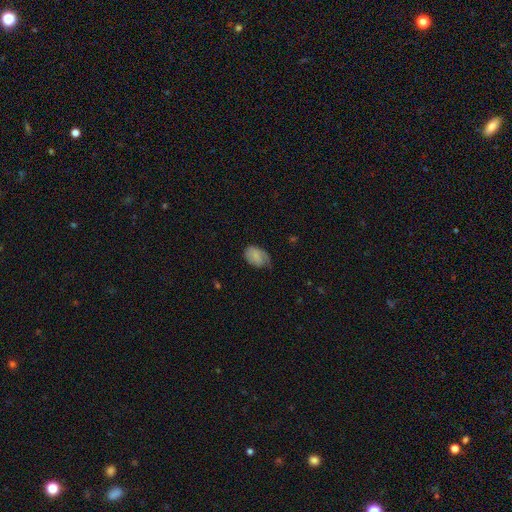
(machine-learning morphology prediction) Smooth or featured?
  - smooth: 68% *
  - featured or disk: 24%
  - star or artifact: 8%
How rounded?
  - in between: 83% *
  - round: 16%
  - cigar-shaped: 1%
Merging?
  - none: 44% *
  - minor disturbance: 39%
  - major disturbance: 16%
  - merger: 1%